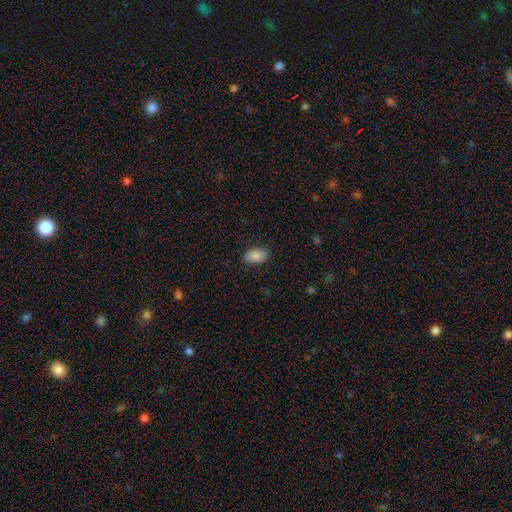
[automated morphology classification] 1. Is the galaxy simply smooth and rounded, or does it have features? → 86% smooth, 7% star or artifact, 7% featured or disk.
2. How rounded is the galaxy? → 92% in between, 6% round, 2% cigar-shaped.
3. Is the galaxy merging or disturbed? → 84% none, 12% minor disturbance, 3% major disturbance, 1% merger.